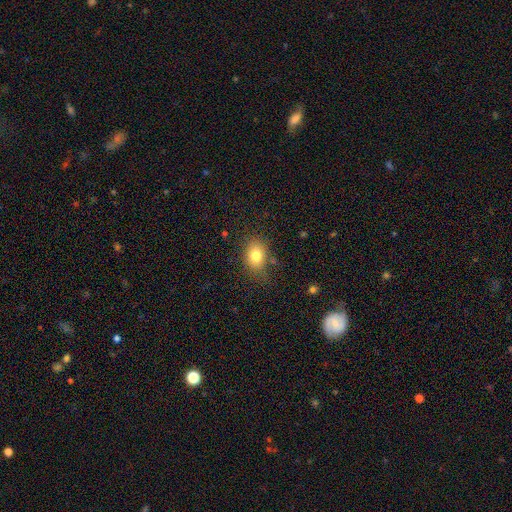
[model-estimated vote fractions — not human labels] The model was most divided on "how rounded": in between: 68%, round: 31%, cigar-shaped: 1%. More confident: smooth or featured — smooth (78%); merging — none (70%).